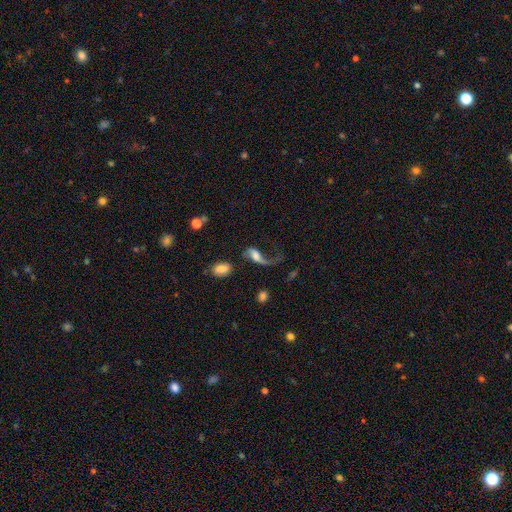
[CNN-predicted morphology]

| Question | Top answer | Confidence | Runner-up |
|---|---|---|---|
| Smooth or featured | featured or disk | 56% | smooth (33%) |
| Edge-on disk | no | 92% | yes (8%) |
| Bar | no | 51% | weak (33%) |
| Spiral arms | yes | 80% | no (20%) |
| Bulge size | moderate | 35% | small (23%) |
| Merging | major disturbance | 46% | none (29%) |